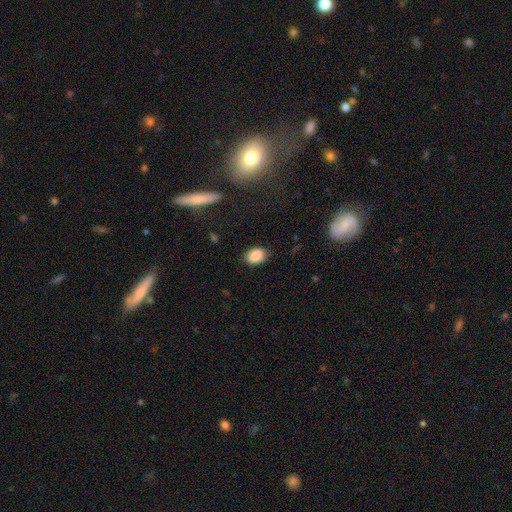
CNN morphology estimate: Smooth or featured? Predicted: smooth (p=0.88). How rounded? Predicted: in between (p=0.82). Merging? Predicted: none (p=0.80).